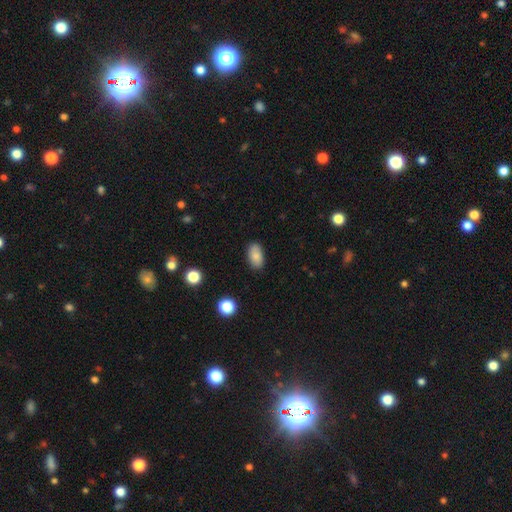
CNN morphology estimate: Smooth or featured?
  - smooth: 85% *
  - star or artifact: 8%
  - featured or disk: 7%
How rounded?
  - in between: 92% *
  - round: 5%
  - cigar-shaped: 2%
Merging?
  - none: 85% *
  - minor disturbance: 11%
  - major disturbance: 2%
  - merger: 1%